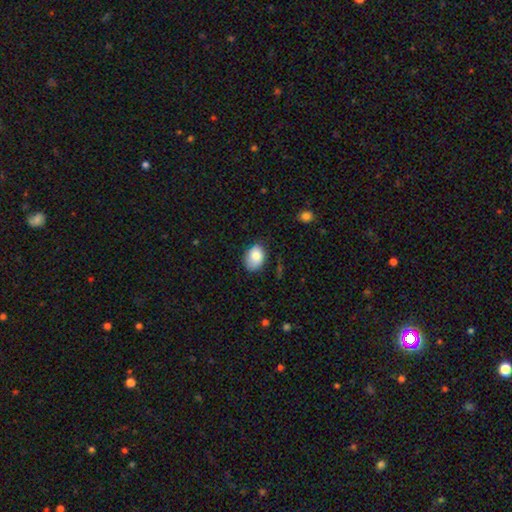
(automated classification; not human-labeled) smooth 83%, featured or disk 9%, star or artifact 7%. Down the decision tree: how rounded — in between (79%); merging — none (70%).